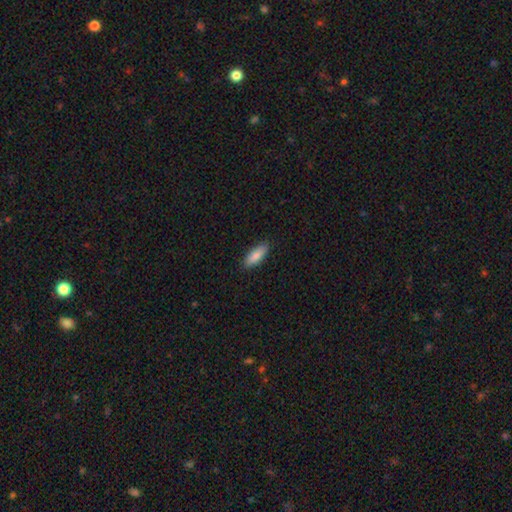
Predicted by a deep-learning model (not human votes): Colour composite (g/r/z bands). It shows a smooth galaxy with no disk features (86%) that is in between round and cigar-shaped (62%). Merging: none (88%).